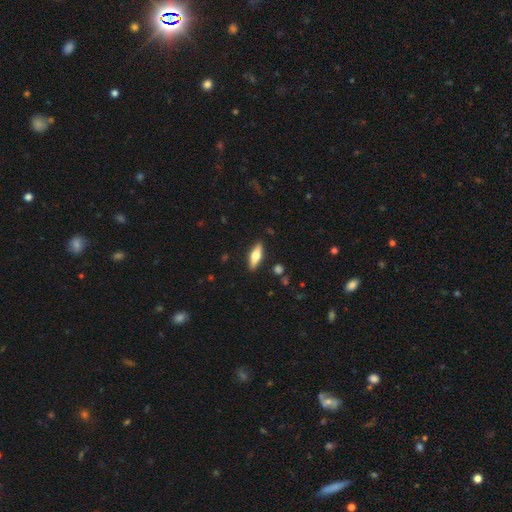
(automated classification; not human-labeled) smooth_or_featured: smooth (p=0.51) [alt: featured or disk p=0.43]
how_rounded: in between (p=0.51) [alt: cigar-shaped p=0.46]
merging: none (p=0.89) [alt: minor disturbance p=0.08]